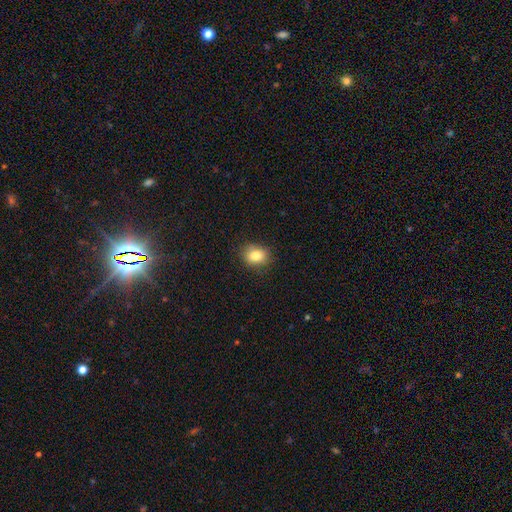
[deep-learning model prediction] Morphology: type=smooth (84%); roundness=in between (51%); merging=none (85%).